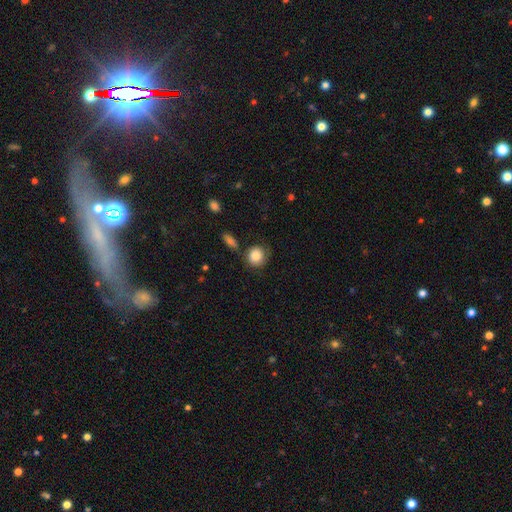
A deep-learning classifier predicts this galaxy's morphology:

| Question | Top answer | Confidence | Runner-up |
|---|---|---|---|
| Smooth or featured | smooth | 86% | star or artifact (7%) |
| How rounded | round | 84% | in between (15%) |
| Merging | none | 71% | minor disturbance (18%) |